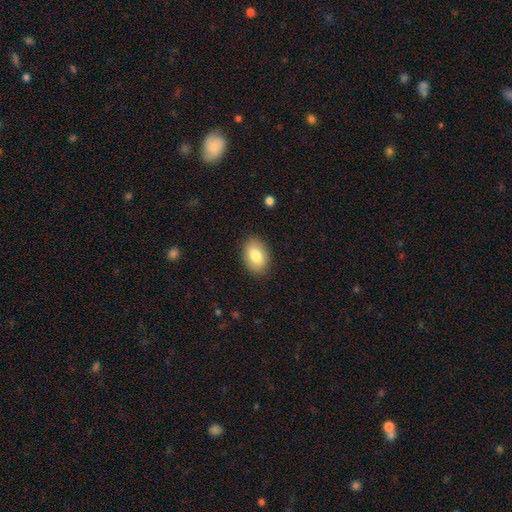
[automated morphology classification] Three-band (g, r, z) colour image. It shows a smooth galaxy with no disk features (80%) that is in between round and cigar-shaped (86%). Merging: none (88%).